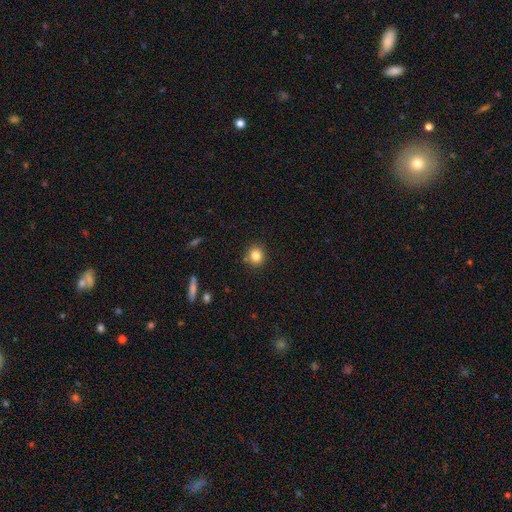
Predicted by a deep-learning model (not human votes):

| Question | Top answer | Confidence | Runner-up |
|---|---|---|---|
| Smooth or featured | smooth | 83% | star or artifact (11%) |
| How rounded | round | 83% | in between (16%) |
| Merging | none | 84% | minor disturbance (9%) |